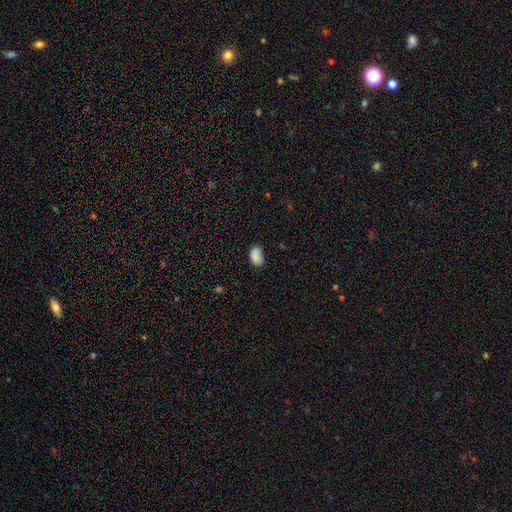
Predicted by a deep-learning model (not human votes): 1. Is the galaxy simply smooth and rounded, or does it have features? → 87% smooth, 9% star or artifact, 4% featured or disk.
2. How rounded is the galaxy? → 88% in between, 11% round, 1% cigar-shaped.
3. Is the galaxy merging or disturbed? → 73% none, 21% minor disturbance, 4% major disturbance, 2% merger.